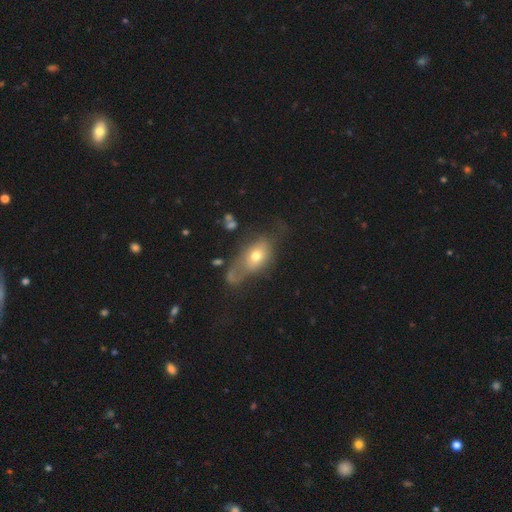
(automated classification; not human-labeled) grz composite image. It shows a smooth galaxy with no disk features (58%) that is in between round and cigar-shaped (79%). Merging: major disturbance (37%).